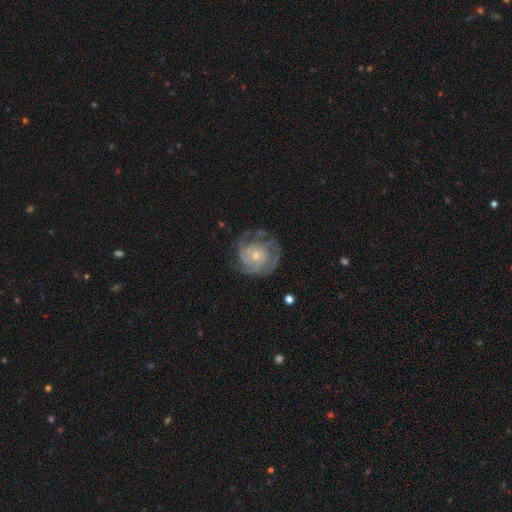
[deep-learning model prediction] Smooth or featured? Predicted: featured or disk (p=0.83). Edge-on disk? Predicted: no (p=0.98). Bar? Predicted: no (p=0.77). Spiral arms? Predicted: yes (p=0.94). Spiral winding? Predicted: tight (p=0.68). Spiral arm count? Predicted: can't tell (p=0.29). Bulge size? Predicted: small (p=0.56). Merging? Predicted: none (p=0.67).